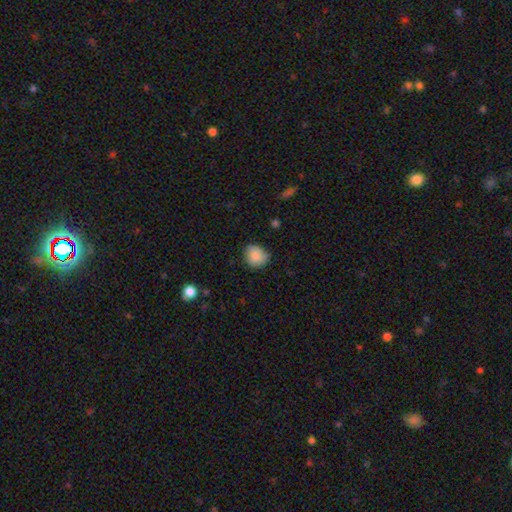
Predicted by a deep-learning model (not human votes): Overall: smooth (86%). How rounded: round (78%). Merging: none (71%).